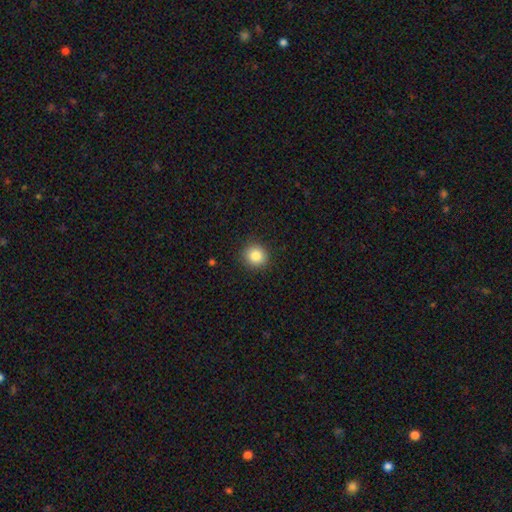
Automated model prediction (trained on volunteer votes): Morphology: type=smooth (84%); roundness=round (91%); merging=none (91%).